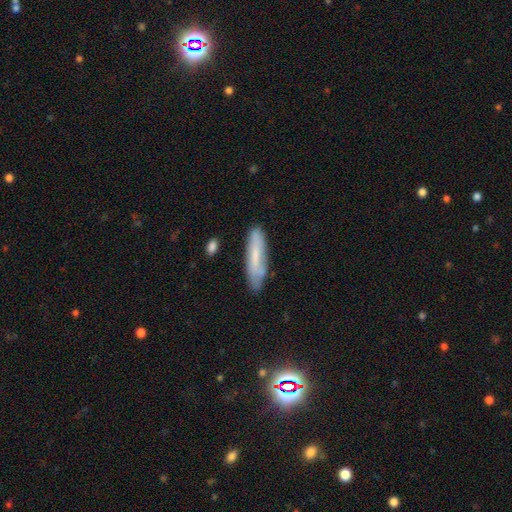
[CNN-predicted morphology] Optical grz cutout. It shows a smooth galaxy with no disk features (61%) that is cigar-shaped (76%). Merging: none (75%).